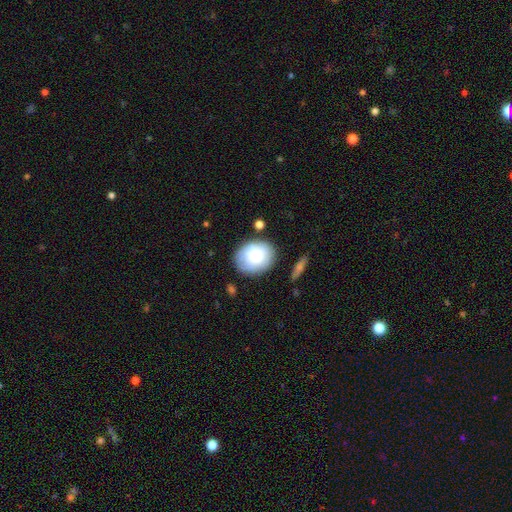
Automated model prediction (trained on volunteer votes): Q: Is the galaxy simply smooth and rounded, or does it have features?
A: smooth — 70%.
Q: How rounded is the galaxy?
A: round — 56%.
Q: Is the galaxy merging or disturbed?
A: none — 77%.